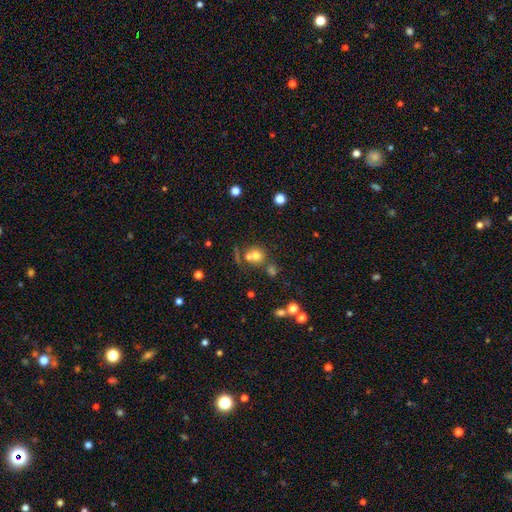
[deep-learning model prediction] Smooth or featured? smooth (68%)
How rounded? round (85%)
Merging? none (47%)